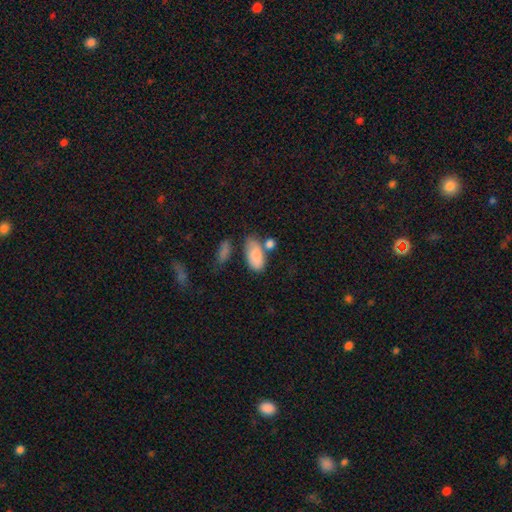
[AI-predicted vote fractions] A smooth galaxy with no disk features (83%) that is in between round and cigar-shaped (92%). Merging: none (50%).